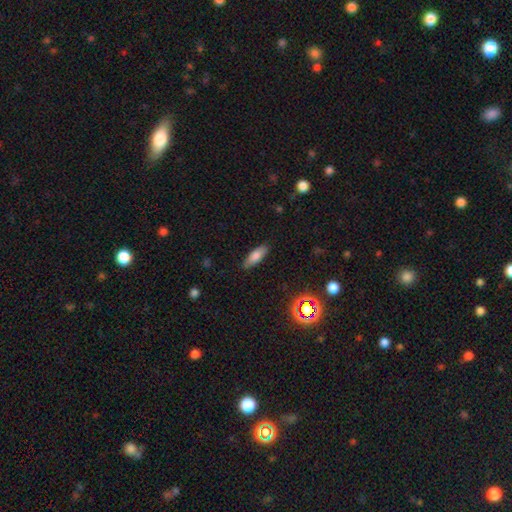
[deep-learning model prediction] A smooth galaxy with no disk features (77%) that is in between round and cigar-shaped (62%). Merging: none (85%).